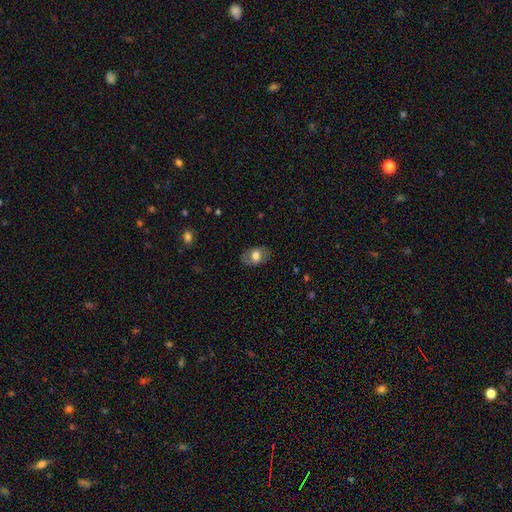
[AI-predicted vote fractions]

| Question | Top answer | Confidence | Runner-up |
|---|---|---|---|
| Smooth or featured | smooth | 66% | featured or disk (26%) |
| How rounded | in between | 80% | round (19%) |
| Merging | none | 76% | minor disturbance (16%) |